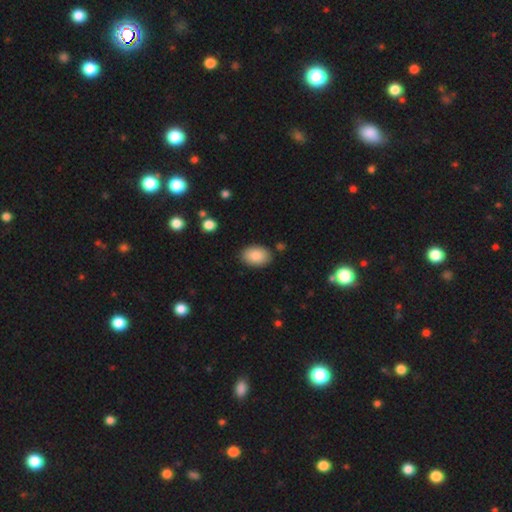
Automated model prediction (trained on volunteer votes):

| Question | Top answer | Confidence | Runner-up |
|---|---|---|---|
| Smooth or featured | smooth | 87% | star or artifact (7%) |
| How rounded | in between | 89% | round (10%) |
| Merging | none | 86% | minor disturbance (10%) |